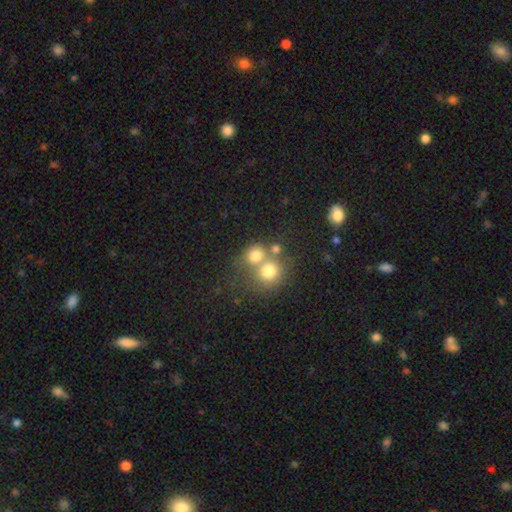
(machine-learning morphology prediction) Smooth or featured? Predicted: smooth (p=0.73). How rounded? Predicted: round (p=0.78). Merging? Predicted: merger (p=0.47).